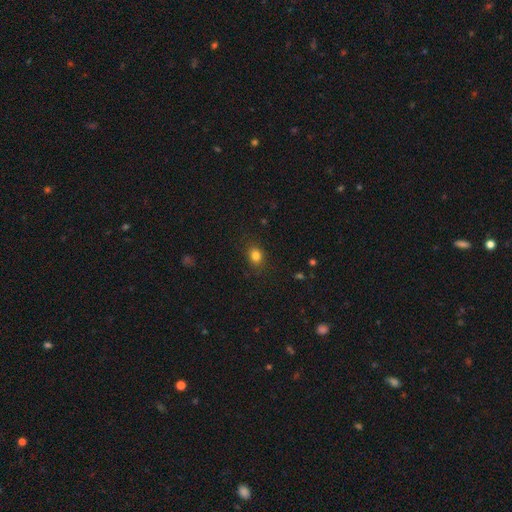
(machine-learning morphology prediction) A smooth galaxy with no disk features (82%) that is round (53%).

Vote fractions:
- Smooth or featured? smooth: 82% / star or artifact: 12% / featured or disk: 6%
- How rounded? round: 53% / in between: 45% / cigar-shaped: 1%
- Merging? none: 85% / minor disturbance: 11% / major disturbance: 3% / merger: 1%